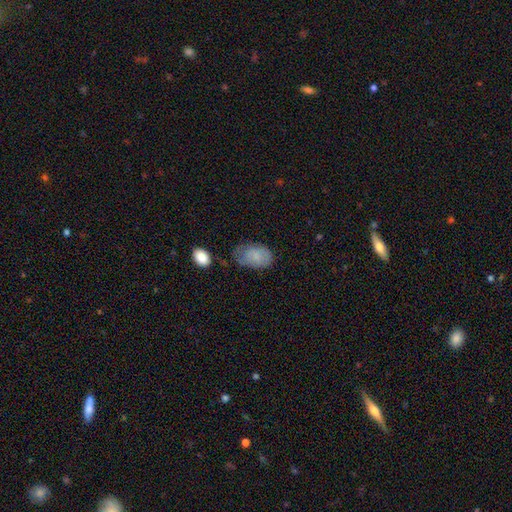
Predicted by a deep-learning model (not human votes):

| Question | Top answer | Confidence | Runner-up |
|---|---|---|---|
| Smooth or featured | smooth | 76% | featured or disk (16%) |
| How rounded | in between | 88% | round (11%) |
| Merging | none | 50% | minor disturbance (34%) |